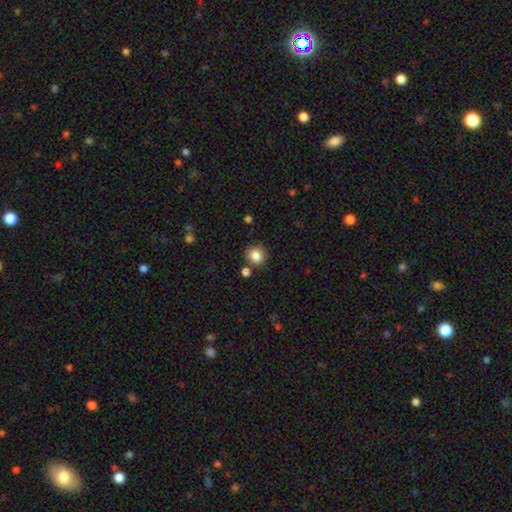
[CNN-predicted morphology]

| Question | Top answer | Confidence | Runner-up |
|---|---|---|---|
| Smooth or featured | smooth | 85% | star or artifact (10%) |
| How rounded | round | 86% | in between (13%) |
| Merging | none | 79% | minor disturbance (10%) |